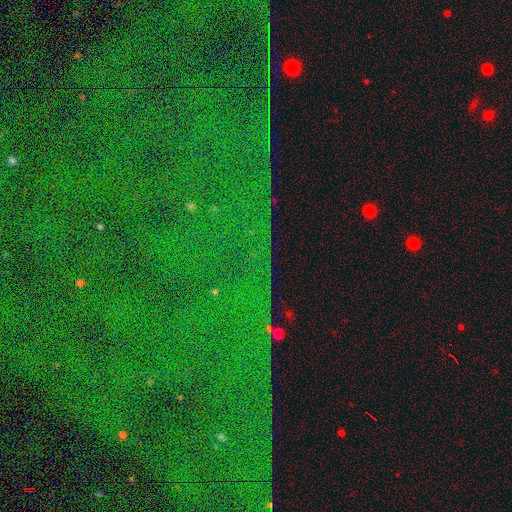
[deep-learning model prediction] A star or artifact, not a galaxy (84%).

Vote fractions:
- Smooth or featured? star or artifact: 84% / featured or disk: 8% / smooth: 8%